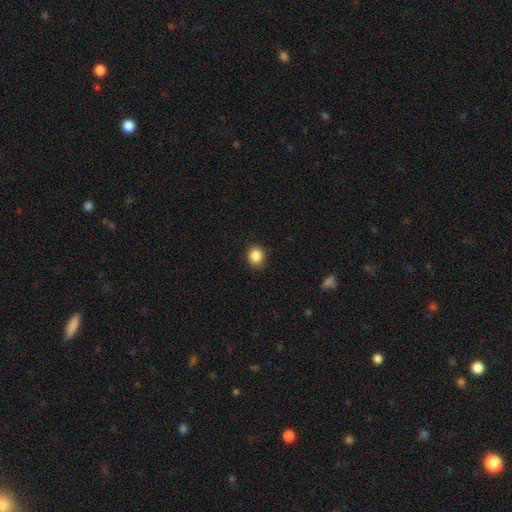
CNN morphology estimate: The model was most divided on "how rounded": round: 74%, in between: 25%, cigar-shaped: 1%. More confident: merging — none (90%); smooth or featured — smooth (87%).